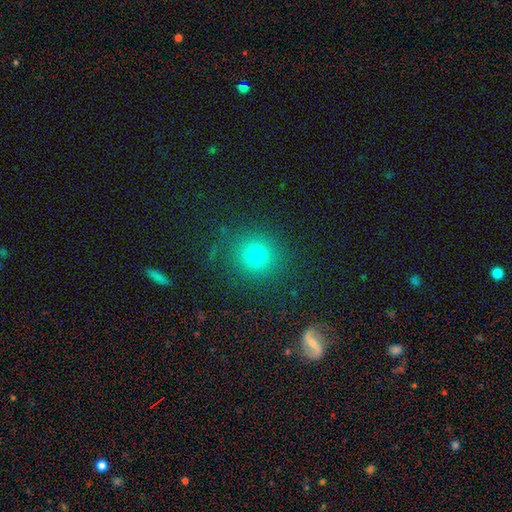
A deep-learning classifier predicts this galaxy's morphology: smooth 74%, star or artifact 18%, featured or disk 8%. Down the decision tree: how rounded — round (91%); merging — none (86%).